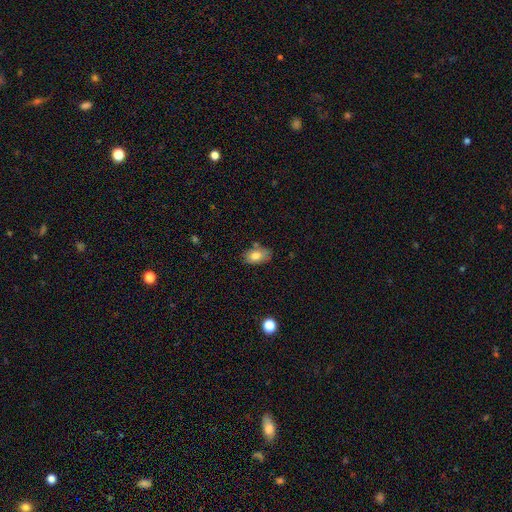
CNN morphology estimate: Smooth or featured?
  - smooth: 79% *
  - featured or disk: 13%
  - star or artifact: 8%
How rounded?
  - in between: 89% *
  - round: 10%
  - cigar-shaped: 2%
Merging?
  - none: 72% *
  - minor disturbance: 18%
  - merger: 6%
  - major disturbance: 4%